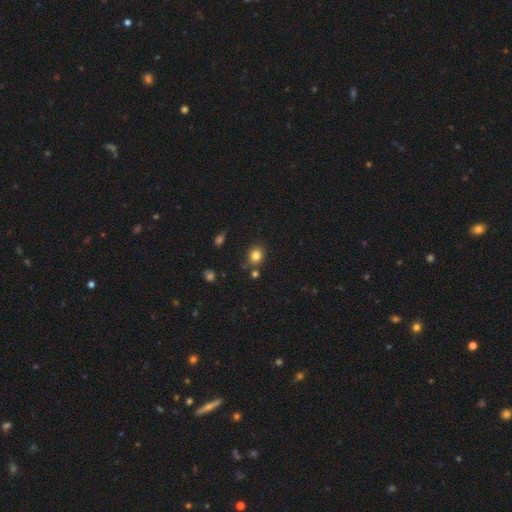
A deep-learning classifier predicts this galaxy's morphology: Q: Smooth or featured?
A: smooth (82%); runner-up: star or artifact (12%)
Q: How rounded?
A: round (69%); runner-up: in between (30%)
Q: Merging?
A: none (78%); runner-up: minor disturbance (11%)